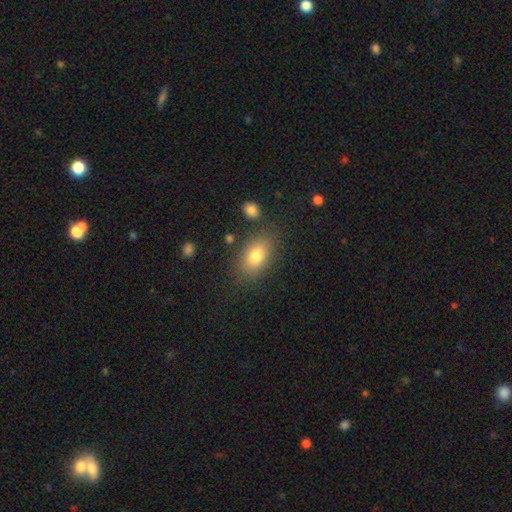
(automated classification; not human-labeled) Morphology: type=smooth (78%); roundness=in between (86%); merging=none (79%).